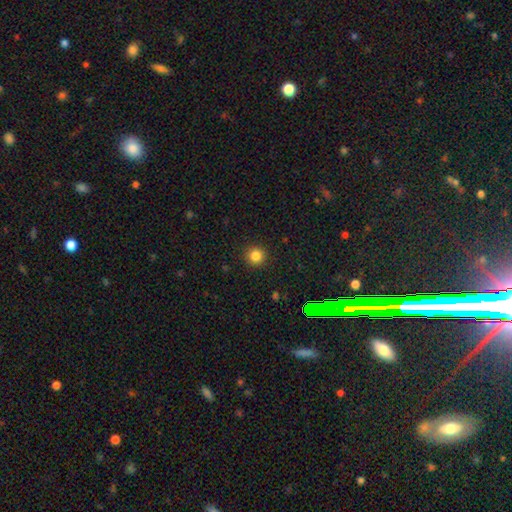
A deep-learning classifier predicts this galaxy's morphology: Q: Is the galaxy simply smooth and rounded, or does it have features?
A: smooth — 84%.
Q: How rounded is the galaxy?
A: round — 95%.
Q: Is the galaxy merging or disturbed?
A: none — 92%.